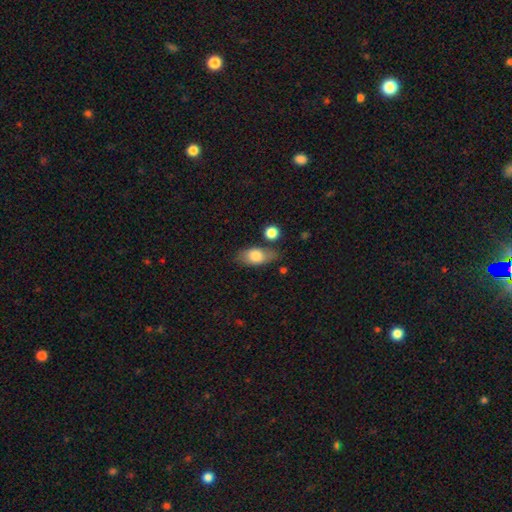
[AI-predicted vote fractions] A smooth galaxy with no disk features (76%) that is in between round and cigar-shaped (85%).

Vote fractions:
- Smooth or featured? smooth: 76% / featured or disk: 17% / star or artifact: 7%
- How rounded? in between: 85% / round: 8% / cigar-shaped: 7%
- Merging? none: 65% / minor disturbance: 20% / merger: 9% / major disturbance: 6%